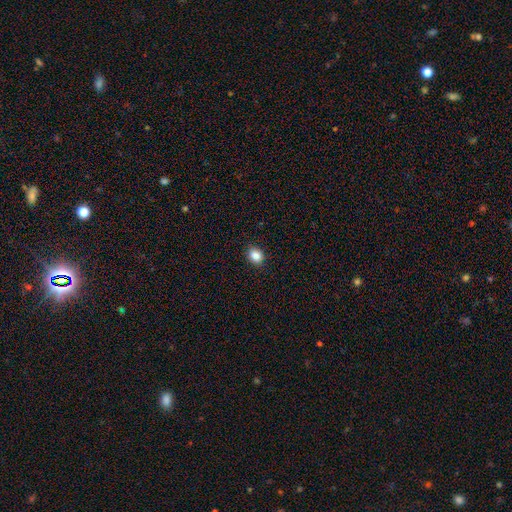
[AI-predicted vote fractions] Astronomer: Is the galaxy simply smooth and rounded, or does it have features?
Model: smooth — 86%.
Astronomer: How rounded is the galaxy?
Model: round — 53% (runner-up: in between, 46%).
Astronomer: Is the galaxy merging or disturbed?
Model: none — 90%.